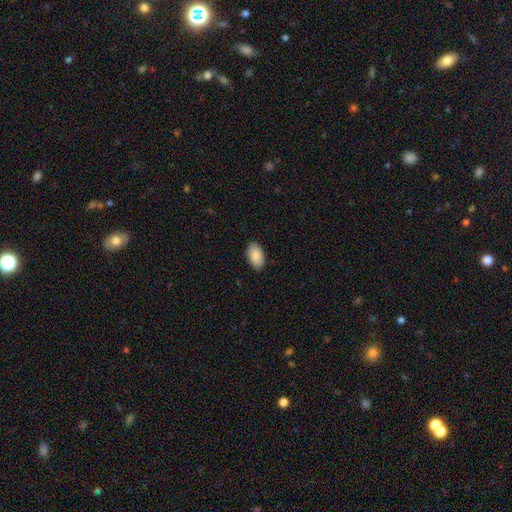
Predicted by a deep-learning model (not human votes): Smooth or featured? Predicted: smooth (p=0.89). How rounded? Predicted: in between (p=0.95). Merging? Predicted: none (p=0.87).